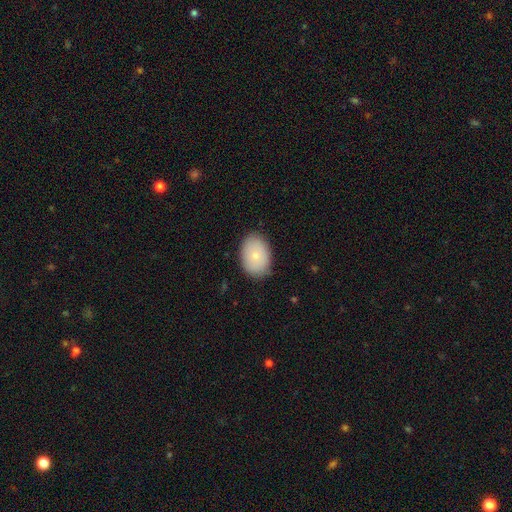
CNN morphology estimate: The model was most divided on "how rounded": in between: 80%, round: 19%, cigar-shaped: 1%. More confident: merging — none (84%); smooth or featured — smooth (80%).